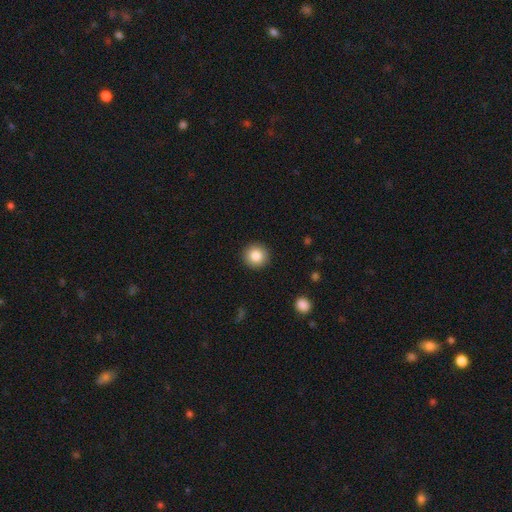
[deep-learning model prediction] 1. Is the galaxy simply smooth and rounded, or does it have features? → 85% smooth, 9% star or artifact, 6% featured or disk.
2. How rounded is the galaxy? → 94% round, 5% in between, 1% cigar-shaped.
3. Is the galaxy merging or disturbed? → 93% none, 5% minor disturbance, 2% major disturbance, 1% merger.